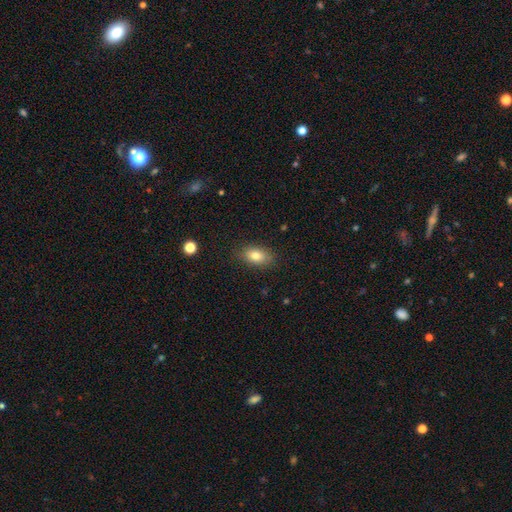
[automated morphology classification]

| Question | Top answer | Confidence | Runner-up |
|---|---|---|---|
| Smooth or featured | smooth | 81% | featured or disk (11%) |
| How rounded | in between | 87% | round (9%) |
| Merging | none | 85% | minor disturbance (11%) |